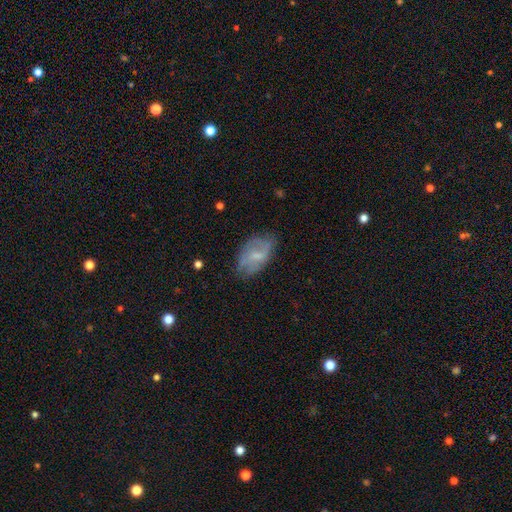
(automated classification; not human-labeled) Smooth or featured? featured or disk (48%)
Merging? none (62%)